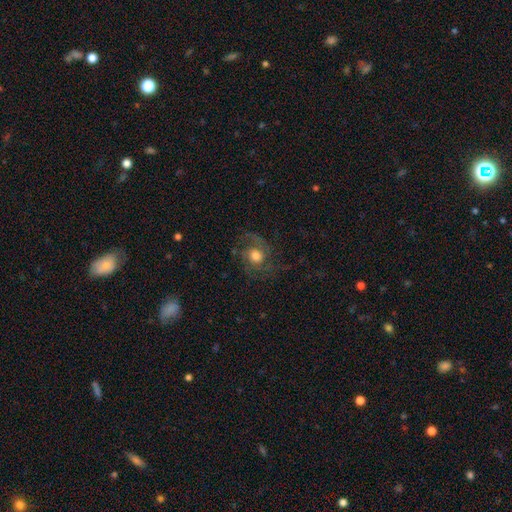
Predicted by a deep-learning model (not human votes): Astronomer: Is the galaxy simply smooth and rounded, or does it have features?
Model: featured or disk — 67%.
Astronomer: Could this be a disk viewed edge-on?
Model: no — 97%.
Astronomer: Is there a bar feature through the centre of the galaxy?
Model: no — 77%.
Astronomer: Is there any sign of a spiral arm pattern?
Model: yes — 90%.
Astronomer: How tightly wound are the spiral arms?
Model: medium — 49% (runner-up: tight, 26%).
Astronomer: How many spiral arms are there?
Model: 2 — 55%.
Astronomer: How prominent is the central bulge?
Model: moderate — 50% (runner-up: large, 38%).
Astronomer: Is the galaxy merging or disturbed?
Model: none — 64%.